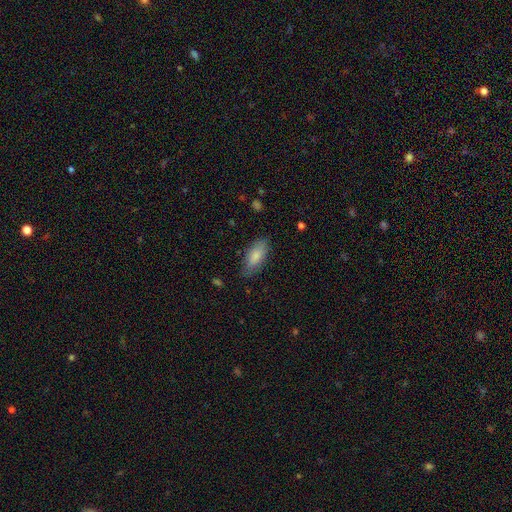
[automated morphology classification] Smooth or featured: smooth — 82% (featured or disk — 12%)
How rounded: in between — 82% (cigar-shaped — 16%)
Merging: none — 78% (minor disturbance — 17%)